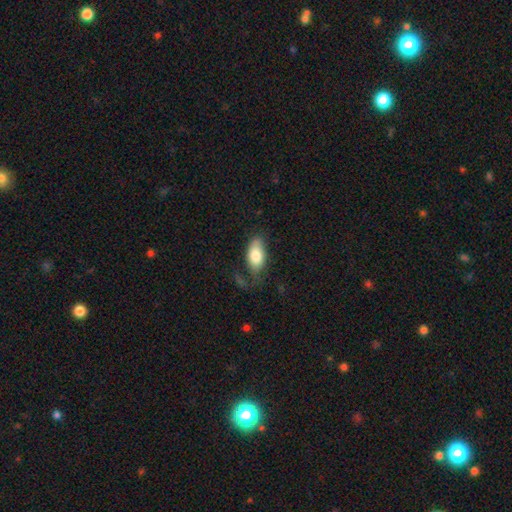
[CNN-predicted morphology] This is clearly a smooth galaxy (80%). How rounded: clearly in between (92%). Merging: possibly none (51%).